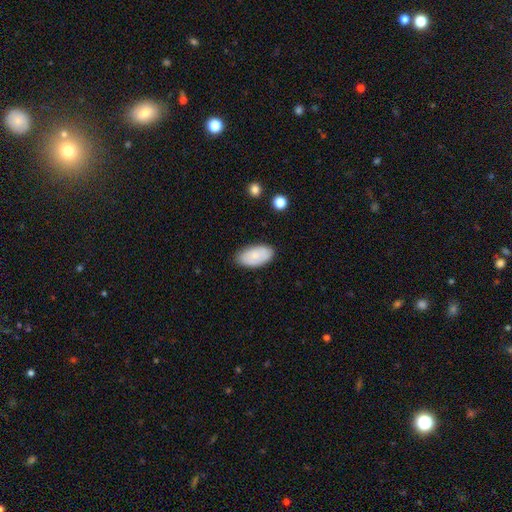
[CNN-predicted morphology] A smooth galaxy with no disk features (74%) that is in between round and cigar-shaped (95%).

Vote fractions:
- Smooth or featured? smooth: 74% / featured or disk: 19% / star or artifact: 6%
- How rounded? in between: 95% / round: 3% / cigar-shaped: 2%
- Merging? none: 80% / minor disturbance: 16% / major disturbance: 3% / merger: 1%